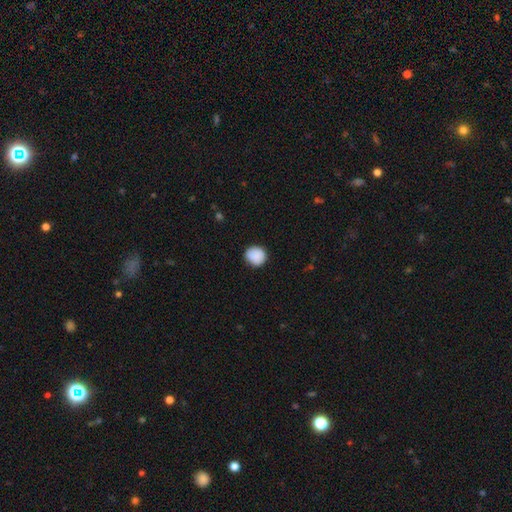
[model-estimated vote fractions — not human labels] Smooth or featured: smooth — 89% (star or artifact — 7%)
How rounded: round — 83% (in between — 16%)
Merging: none — 85% (minor disturbance — 12%)